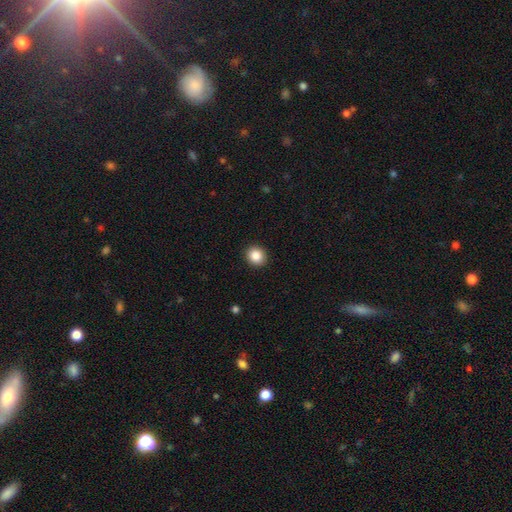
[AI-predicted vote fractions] Overall: smooth (87%). How rounded: round (78%). Merging: none (92%).